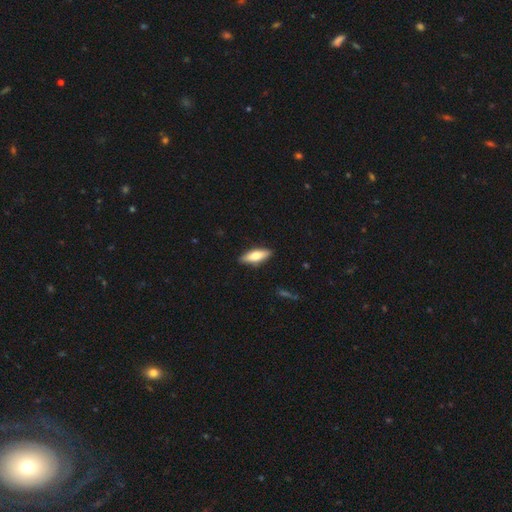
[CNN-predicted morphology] Q: Smooth or featured?
A: smooth (68%); runner-up: featured or disk (26%)
Q: How rounded?
A: in between (56%); runner-up: cigar-shaped (42%)
Q: Merging?
A: none (88%); runner-up: minor disturbance (9%)